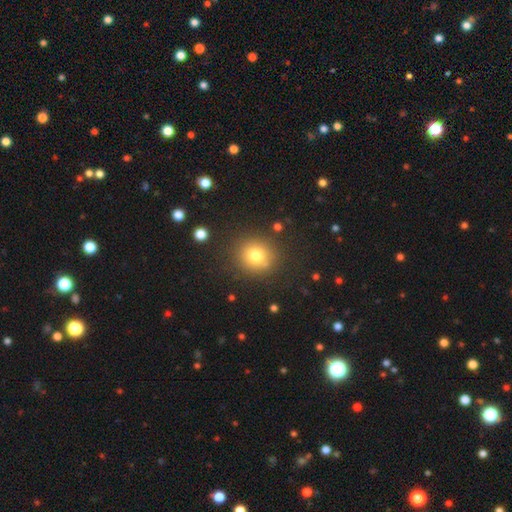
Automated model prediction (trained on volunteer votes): The model was most divided on "smooth or featured": smooth: 76%, star or artifact: 14%, featured or disk: 10%. More confident: how rounded — round (88%); merging — none (83%).